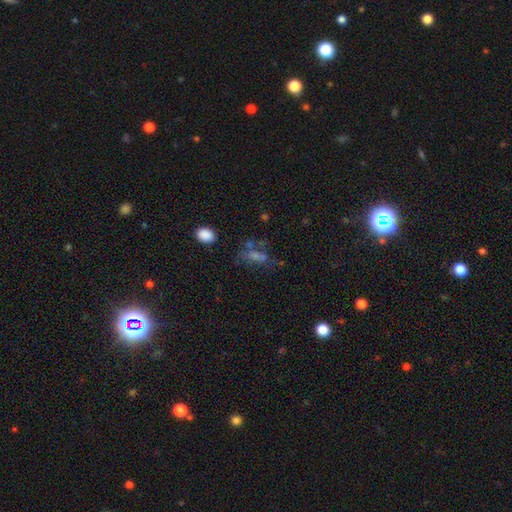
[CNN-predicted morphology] The model was most divided on "merging": none: 44%, major disturbance: 23%, minor disturbance: 18%, merger: 15%. Remaining: smooth or featured — smooth (49%).